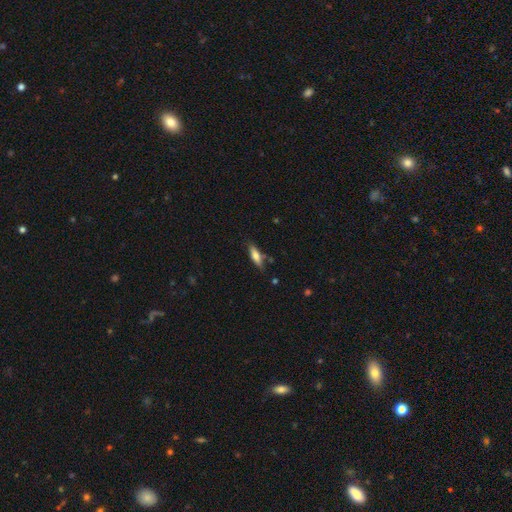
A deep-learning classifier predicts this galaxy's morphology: This is likely a smooth galaxy (68%). How rounded: possibly cigar-shaped (57%). Merging: likely none (77%).